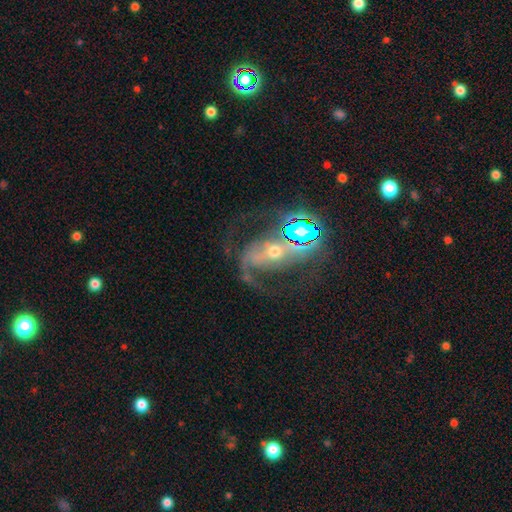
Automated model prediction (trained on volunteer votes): A featured or disk galaxy (75%) with a strong bar (40%), 2 (78%) medium (45%) spiral arms (88%) and a small central bulge (47%). Merging: none (49%).